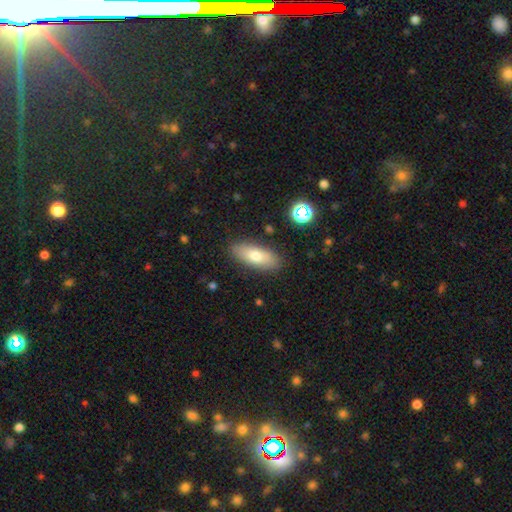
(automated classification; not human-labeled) This is likely a smooth galaxy (73%). How rounded: likely in between (76%). Merging: clearly none (87%).